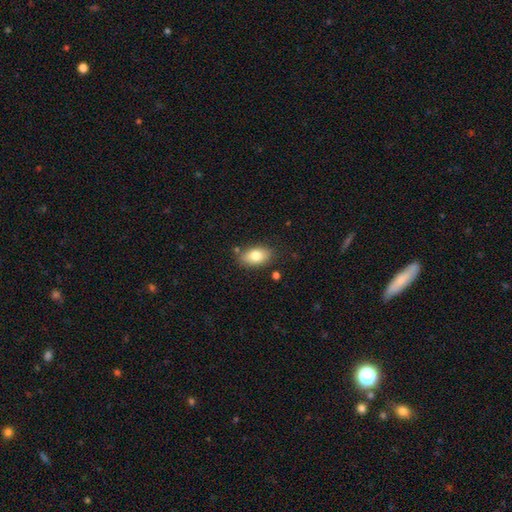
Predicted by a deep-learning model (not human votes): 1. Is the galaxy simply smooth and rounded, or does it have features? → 80% smooth, 13% featured or disk, 8% star or artifact.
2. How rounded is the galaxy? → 89% in between, 8% round, 2% cigar-shaped.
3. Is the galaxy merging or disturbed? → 80% none, 13% minor disturbance, 3% merger, 3% major disturbance.